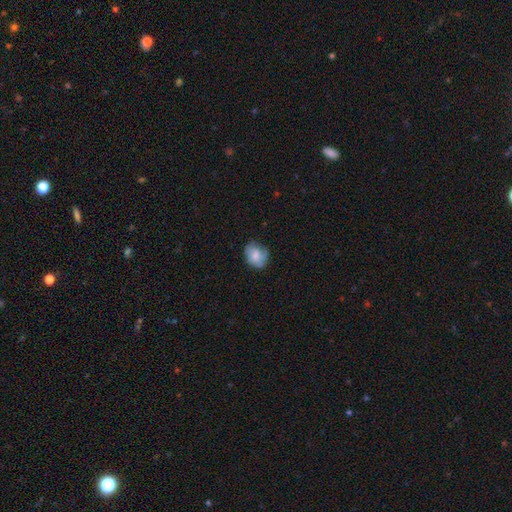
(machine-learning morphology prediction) Overall: smooth (63%; featured or disk 29%). How rounded: round (51%; in between 48%). Merging: none (60%; minor disturbance 28%).